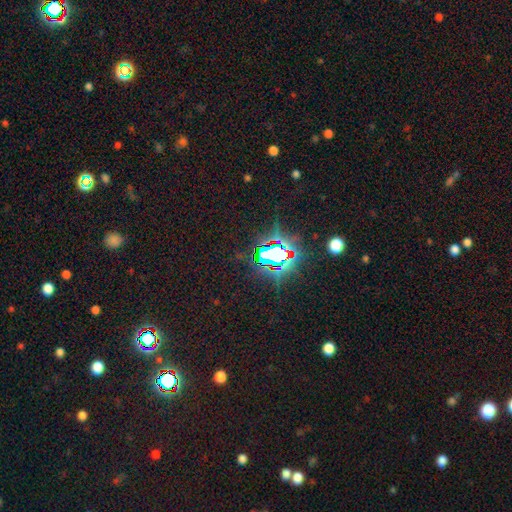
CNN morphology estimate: smooth-or-featured: star or artifact: 82% | smooth: 10% | featured or disk: 8%